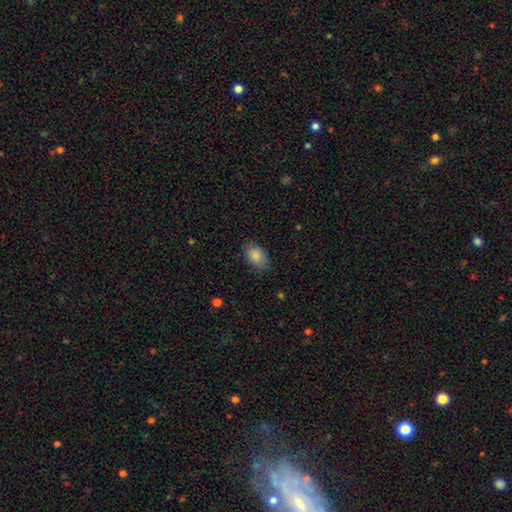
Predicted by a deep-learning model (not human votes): Smooth or featured?
  - smooth: 86% *
  - star or artifact: 8%
  - featured or disk: 7%
How rounded?
  - in between: 86% *
  - round: 13%
  - cigar-shaped: 1%
Merging?
  - none: 80% *
  - minor disturbance: 16%
  - major disturbance: 4%
  - merger: 1%